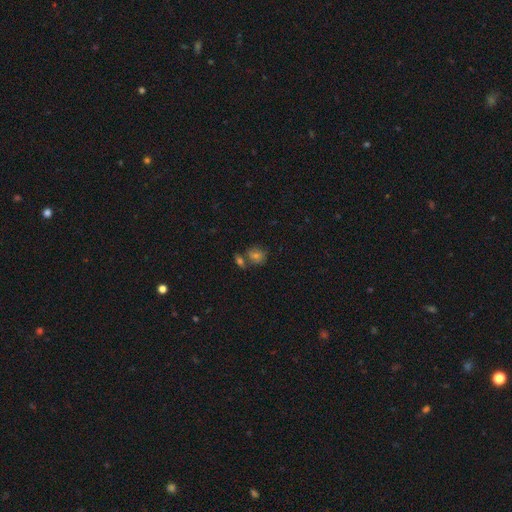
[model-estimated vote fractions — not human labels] This appears to be a smooth galaxy with no disk features (55%) that is round (69%). Merging: none (61%).